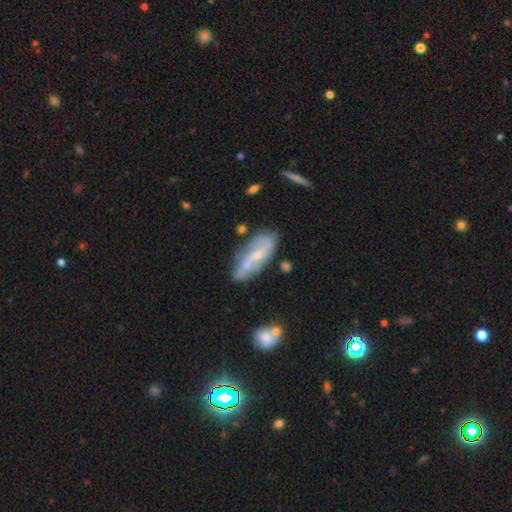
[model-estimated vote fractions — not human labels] Q: Smooth or featured?
A: featured or disk (71%); runner-up: smooth (22%)
Q: Edge-on disk?
A: no (86%); runner-up: yes (14%)
Q: Bar?
A: weak (40%); runner-up: no (34%)
Q: Spiral arms?
A: yes (84%); runner-up: no (16%)
Q: Spiral winding?
A: loose (44%); runner-up: medium (35%)
Q: Spiral arm count?
A: 2 (77%); runner-up: can't tell (15%)
Q: Bulge size?
A: small (60%); runner-up: moderate (33%)
Q: Merging?
A: none (68%); runner-up: minor disturbance (21%)